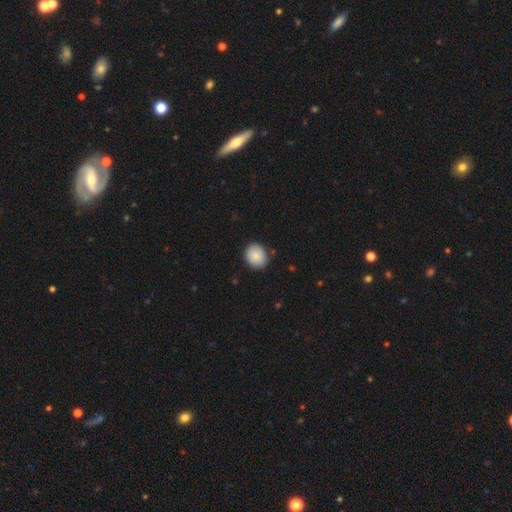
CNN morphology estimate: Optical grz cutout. It shows a smooth galaxy with no disk features (87%) that is round (75%). Merging: none (86%).